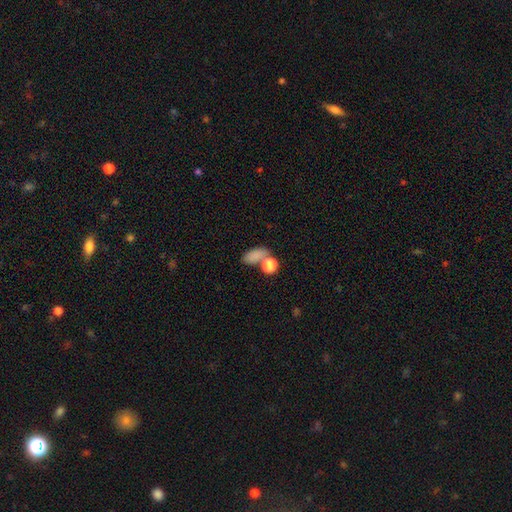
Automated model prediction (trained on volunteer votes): smooth-or-featured: smooth: 80% | star or artifact: 12% | featured or disk: 7%
  how-rounded: in between: 77% | round: 18% | cigar-shaped: 6%
  merging: none: 55% | merger: 26% | minor disturbance: 13% | major disturbance: 7%